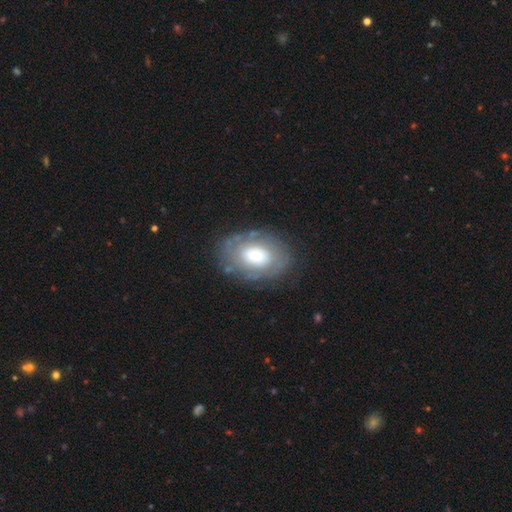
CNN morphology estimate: A featured or disk galaxy (50%).

Vote fractions:
- Smooth or featured? featured or disk: 50% / smooth: 42% / star or artifact: 7%
- Edge-on disk? no: 95% / yes: 5%
- Merging? none: 74% / minor disturbance: 16% / major disturbance: 8% / merger: 2%